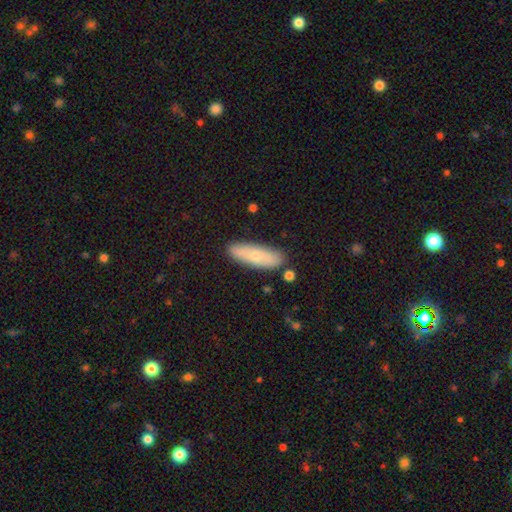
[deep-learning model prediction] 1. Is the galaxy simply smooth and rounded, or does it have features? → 67% smooth, 27% featured or disk, 6% star or artifact.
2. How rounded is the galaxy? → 49% cigar-shaped (tied), 49% in between (tied), 2% round.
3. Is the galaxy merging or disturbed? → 83% none, 12% minor disturbance, 3% merger, 2% major disturbance.